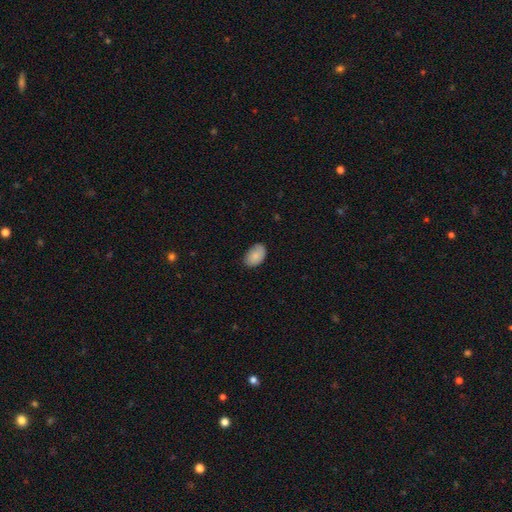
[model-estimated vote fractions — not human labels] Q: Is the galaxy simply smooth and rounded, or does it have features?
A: smooth — 86%.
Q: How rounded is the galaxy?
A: in between — 90%.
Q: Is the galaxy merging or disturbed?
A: none — 76%.